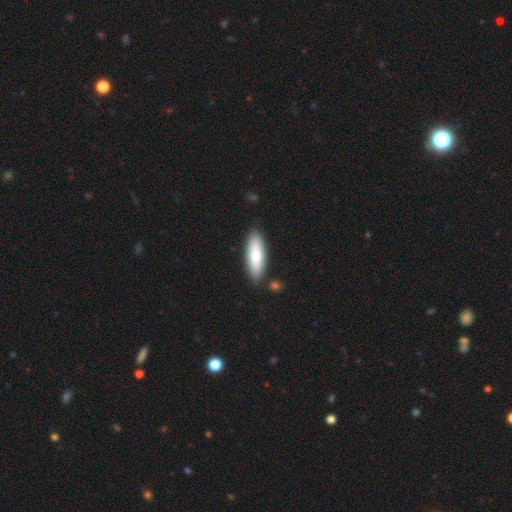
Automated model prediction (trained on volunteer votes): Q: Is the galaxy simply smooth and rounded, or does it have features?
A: smooth — 77%.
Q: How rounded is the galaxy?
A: in between — 51%.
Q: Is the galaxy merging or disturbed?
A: none — 85%.